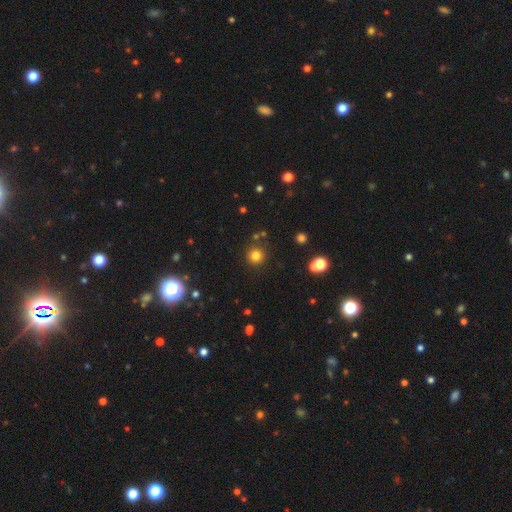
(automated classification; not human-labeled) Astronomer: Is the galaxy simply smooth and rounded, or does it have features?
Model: smooth — 79%.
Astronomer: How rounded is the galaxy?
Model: round — 94%.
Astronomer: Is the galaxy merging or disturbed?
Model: none — 86%.